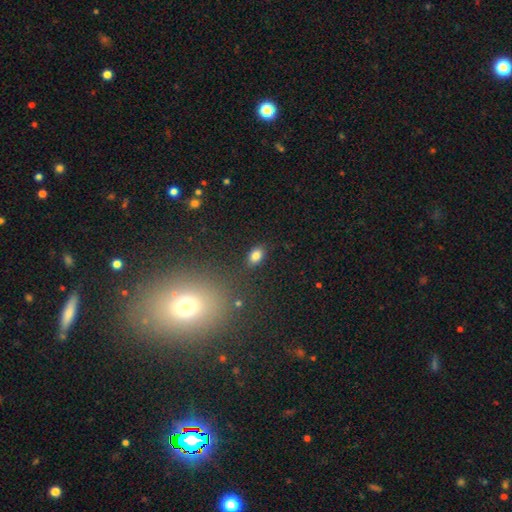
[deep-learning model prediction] The model was most divided on "how rounded": in between: 81%, round: 18%, cigar-shaped: 2%. More confident: merging — none (84%); smooth or featured — smooth (82%).